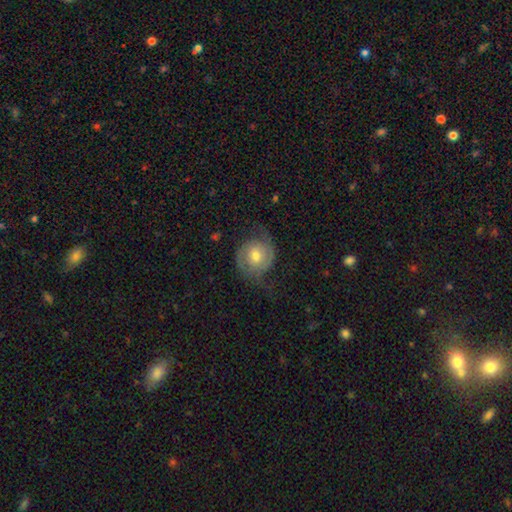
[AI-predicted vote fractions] Smooth or featured?
  - featured or disk: 67% *
  - smooth: 26%
  - star or artifact: 7%
Edge-on disk?
  - no: 97% *
  - yes: 3%
Bar?
  - no: 69% *
  - weak: 26%
  - strong: 5%
Spiral arms?
  - yes: 90% *
  - no: 10%
Spiral winding?
  - medium: 41% *
  - loose: 35%
  - tight: 24%
Spiral arm count?
  - 2: 88% *
  - can't tell: 6%
  - 1: 3%
  - 3: 2%
  - 4: 1%
  - more than 4: 1%
Bulge size?
  - moderate: 67% *
  - small: 24%
  - large: 6%
  - none: 2%
  - dominant: 1%
Merging?
  - none: 63% *
  - minor disturbance: 20%
  - major disturbance: 15%
  - merger: 1%